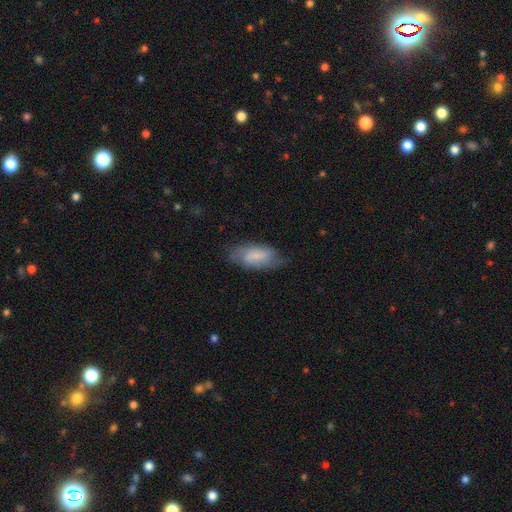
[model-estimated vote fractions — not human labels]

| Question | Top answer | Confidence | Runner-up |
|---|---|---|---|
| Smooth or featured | smooth | 54% | featured or disk (39%) |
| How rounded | in between | 86% | cigar-shaped (12%) |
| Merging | none | 66% | minor disturbance (24%) |